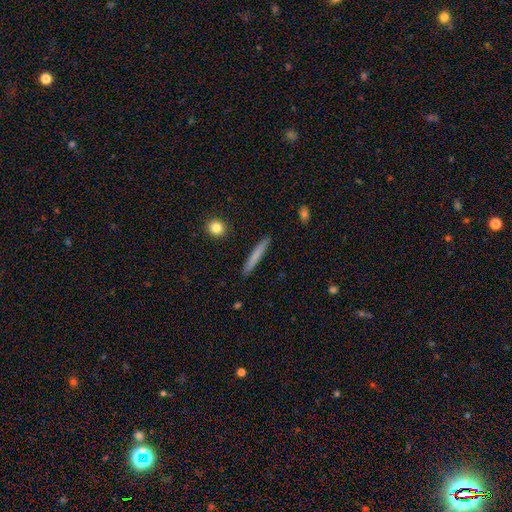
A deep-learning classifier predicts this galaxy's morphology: smooth_or_featured: smooth (p=0.73) [alt: featured or disk p=0.21]
how_rounded: cigar-shaped (p=0.96) [alt: in between p=0.03]
merging: none (p=0.91) [alt: minor disturbance p=0.07]